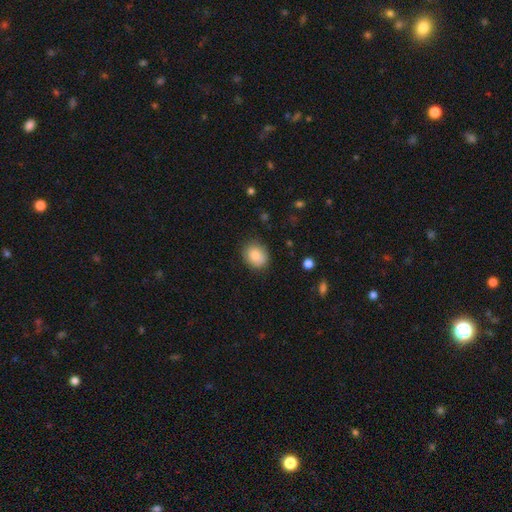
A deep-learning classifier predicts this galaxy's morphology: A smooth galaxy with no disk features (86%) that is round (56%). Merging: none (82%).